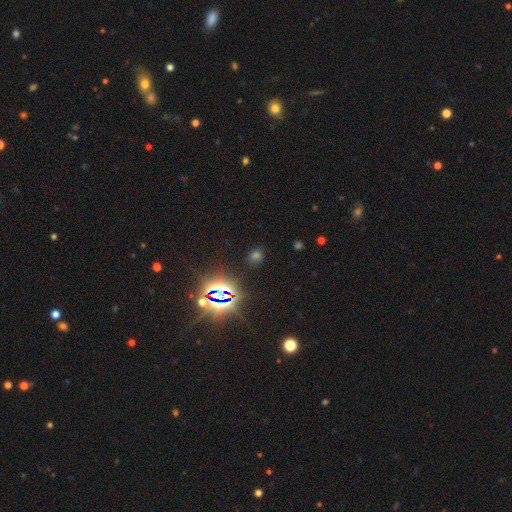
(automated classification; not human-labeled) smooth_or_featured: star or artifact (p=0.55) [alt: smooth p=0.38]